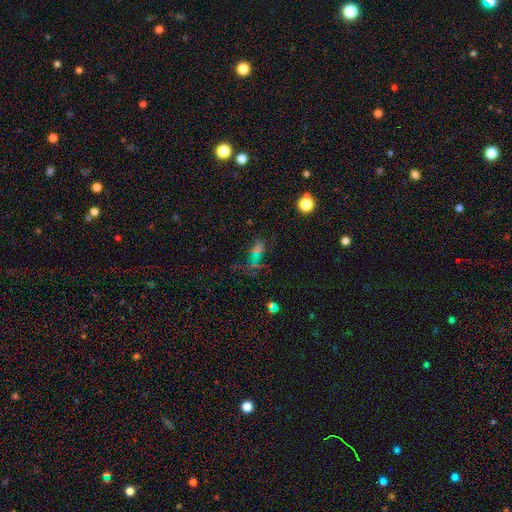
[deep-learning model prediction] Overall: smooth (42%; star or artifact 35%). Merging: none (39%; major disturbance 29%).